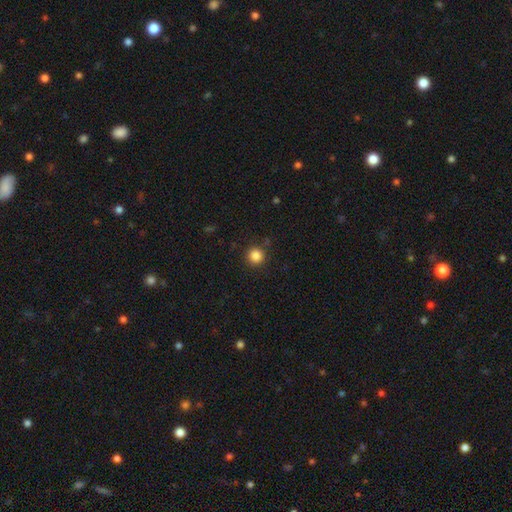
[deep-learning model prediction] smooth-or-featured: smooth: 85% | star or artifact: 11% | featured or disk: 3%
  how-rounded: round: 95% | in between: 5% | cigar-shaped: 1%
  merging: none: 88% | minor disturbance: 7% | major disturbance: 3% | merger: 2%